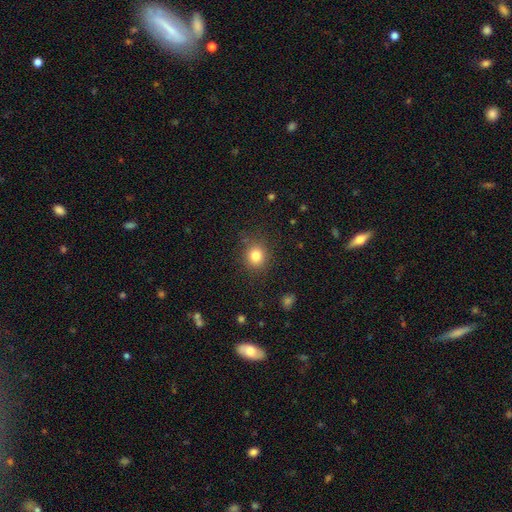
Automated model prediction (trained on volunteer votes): Smooth or featured? smooth (82%)
How rounded? round (84%)
Merging? none (86%)